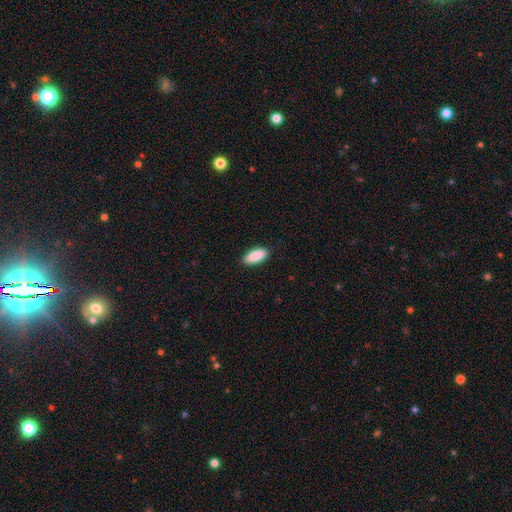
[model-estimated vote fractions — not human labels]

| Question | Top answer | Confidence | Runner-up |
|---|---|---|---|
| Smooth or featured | smooth | 90% | star or artifact (6%) |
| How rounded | in between | 86% | cigar-shaped (13%) |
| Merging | none | 89% | minor disturbance (8%) |